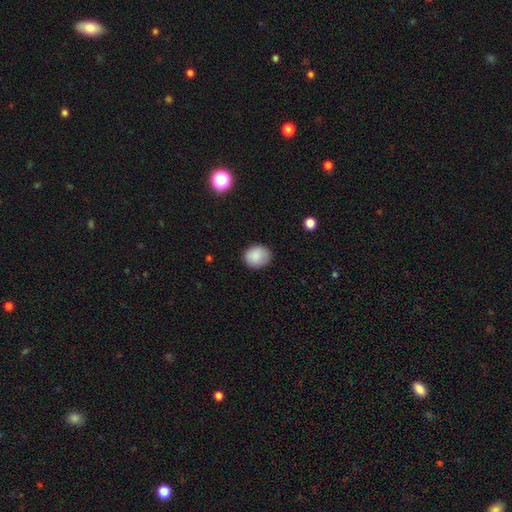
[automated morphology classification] A smooth galaxy with no disk features (88%) that is round (61%). Merging: none (82%).